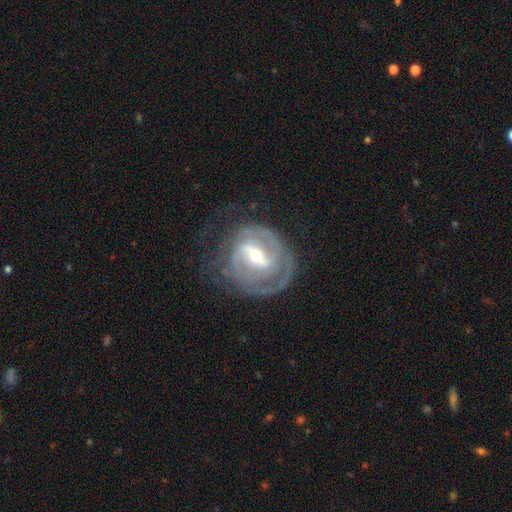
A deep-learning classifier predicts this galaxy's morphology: This appears to be a featured or disk galaxy (87%) with a weak bar (44%), 2 (48%) tight (63%) spiral arms (92%) and a moderate central bulge (50%). Merging: none (61%).